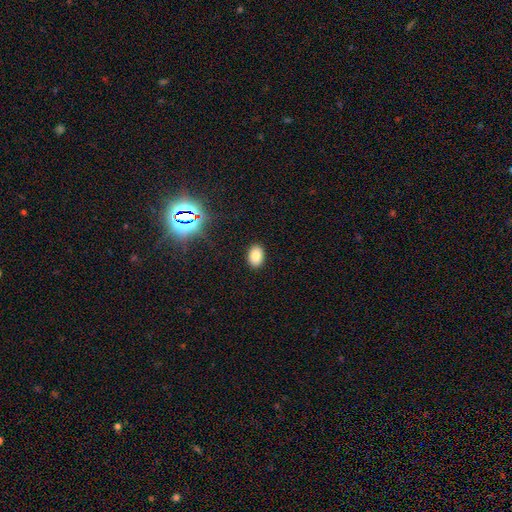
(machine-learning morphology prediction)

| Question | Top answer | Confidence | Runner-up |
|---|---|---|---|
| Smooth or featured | smooth | 81% | star or artifact (12%) |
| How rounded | in between | 85% | round (14%) |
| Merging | none | 89% | minor disturbance (7%) |